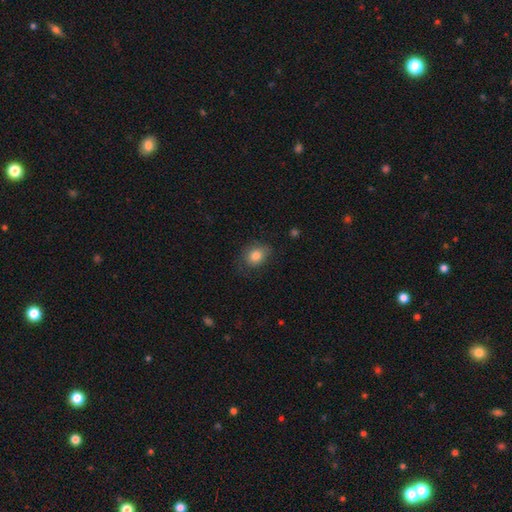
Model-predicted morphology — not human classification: This is clearly a smooth galaxy (83%). How rounded: possibly in between (53%). Merging: likely none (71%).